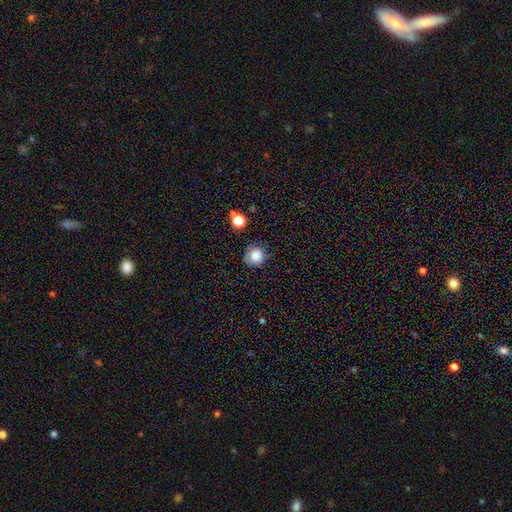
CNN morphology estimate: Smooth or featured? smooth (82%)
How rounded? round (89%)
Merging? none (75%)